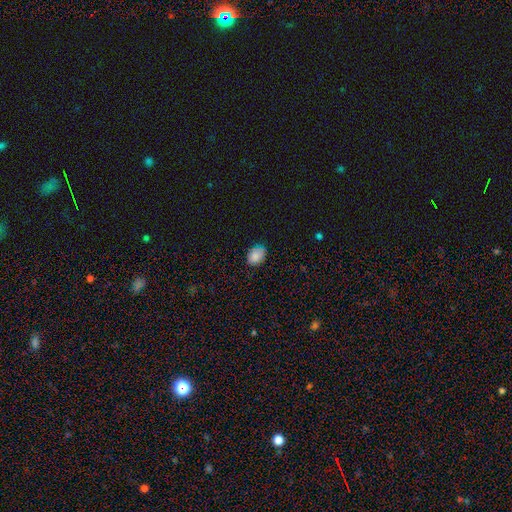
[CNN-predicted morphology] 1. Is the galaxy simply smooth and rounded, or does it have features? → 80% smooth, 11% star or artifact, 8% featured or disk.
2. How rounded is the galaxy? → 77% in between, 22% round, 1% cigar-shaped.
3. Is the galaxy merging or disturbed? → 76% none, 19% minor disturbance, 3% major disturbance, 1% merger.